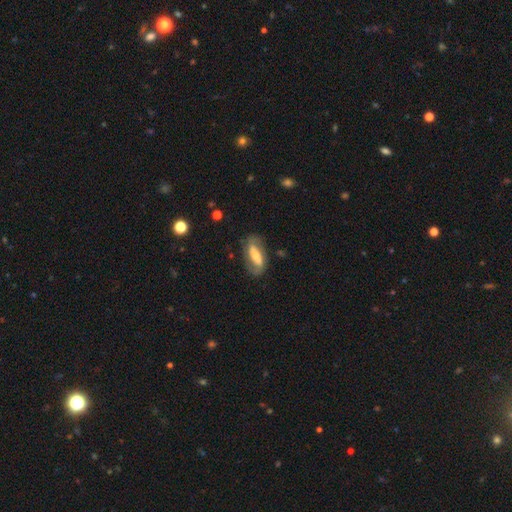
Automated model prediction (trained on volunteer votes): Smooth or featured?
  - featured or disk: 56% *
  - smooth: 37%
  - star or artifact: 7%
Edge-on disk?
  - no: 82% *
  - yes: 18%
Merging?
  - none: 71% *
  - minor disturbance: 19%
  - major disturbance: 8%
  - merger: 2%